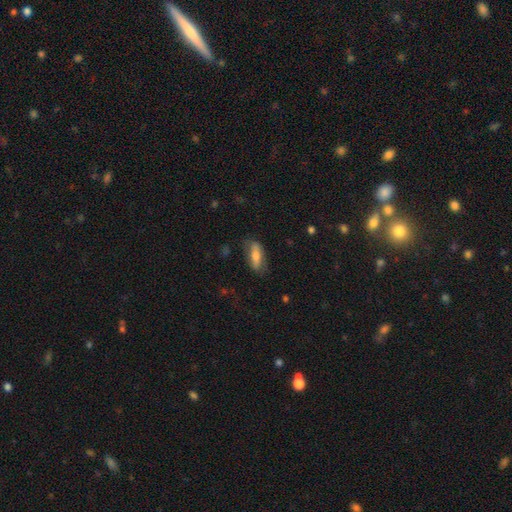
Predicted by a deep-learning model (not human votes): Smooth or featured?
  - smooth: 65% *
  - featured or disk: 29%
  - star or artifact: 7%
How rounded?
  - in between: 69% *
  - cigar-shaped: 28%
  - round: 3%
Merging?
  - none: 71% *
  - minor disturbance: 20%
  - major disturbance: 7%
  - merger: 1%